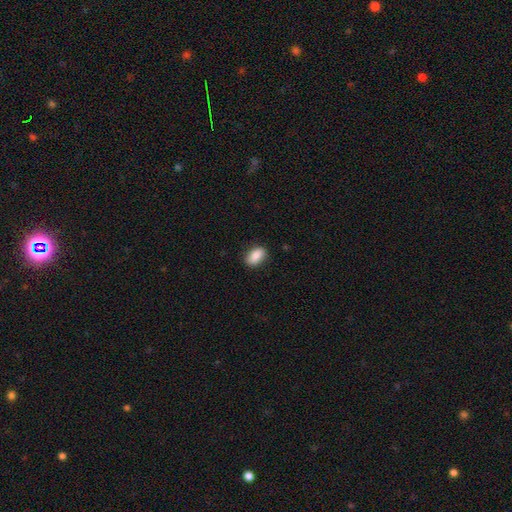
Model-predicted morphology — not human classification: type=smooth (88%); roundness=in between (90%); merging=none (86%).